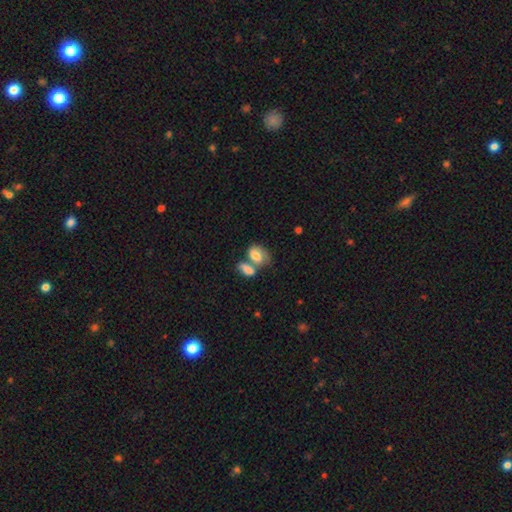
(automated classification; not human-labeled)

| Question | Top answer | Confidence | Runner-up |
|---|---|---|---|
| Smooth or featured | smooth | 74% | featured or disk (19%) |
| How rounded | in between | 84% | round (14%) |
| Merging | merger | 57% | none (25%) |